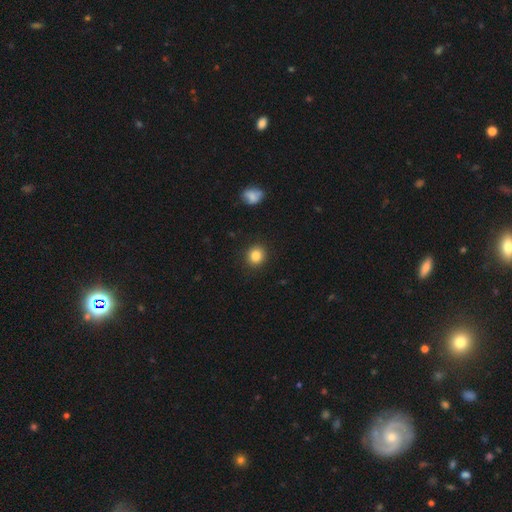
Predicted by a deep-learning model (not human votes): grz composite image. It shows a smooth galaxy with no disk features (85%) that is round (85%). Merging: none (90%).